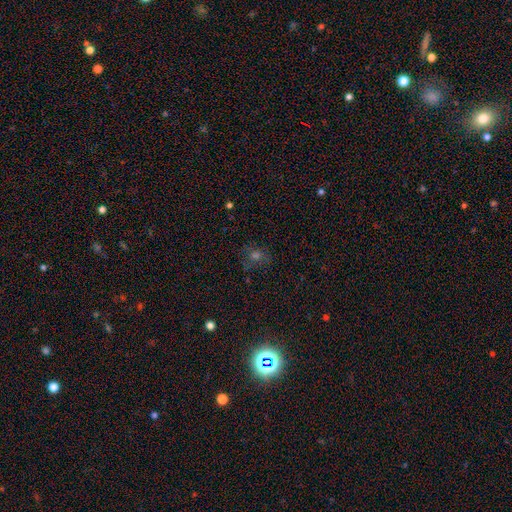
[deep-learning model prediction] smooth_or_featured: star or artifact (p=0.43) [alt: smooth p=0.39]